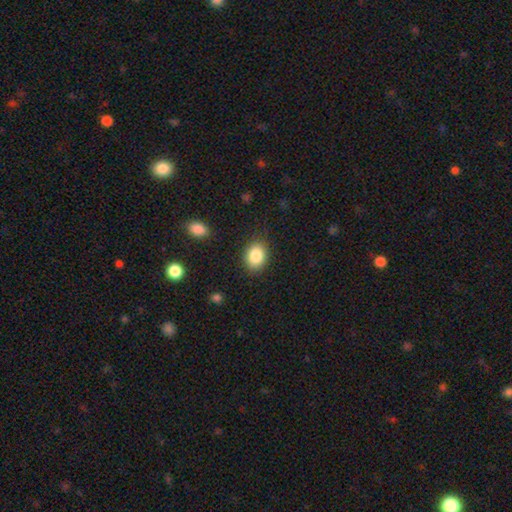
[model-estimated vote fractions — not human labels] This appears to be a smooth galaxy with no disk features (85%) that is in between round and cigar-shaped (64%). Merging: none (84%).